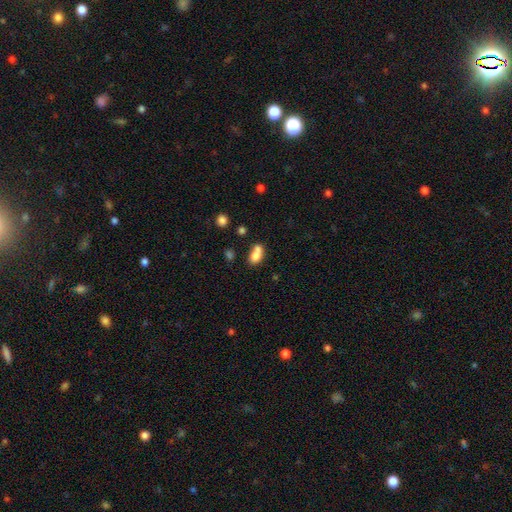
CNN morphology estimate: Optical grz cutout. It shows a smooth galaxy with no disk features (76%) that is in between round and cigar-shaped (79%). Merging: merger (49%).